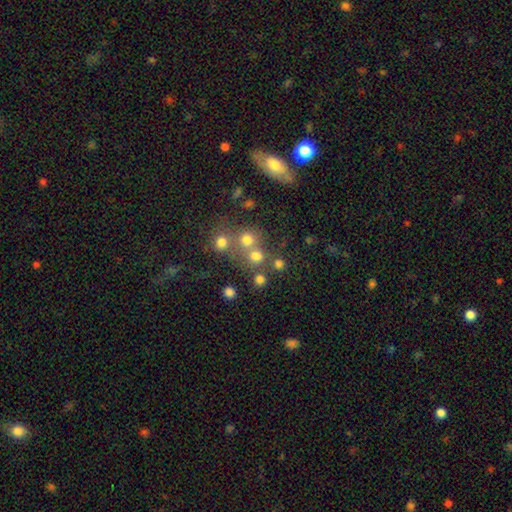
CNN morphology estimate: type=smooth (68%); roundness=round (88%); merging=none (56%).